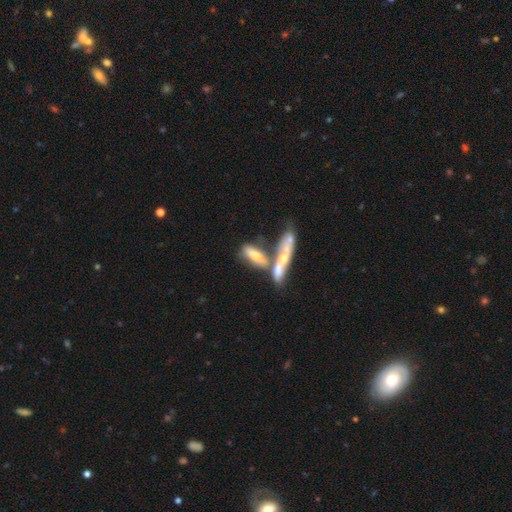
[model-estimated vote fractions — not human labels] Morphology: type=smooth (54%); roundness=in between (53%); merging=merger (57%).